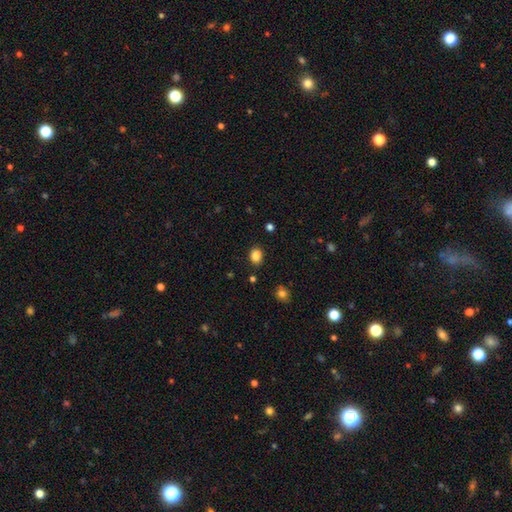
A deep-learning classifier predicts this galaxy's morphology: Overall: smooth (85%). How rounded: in between (51%; round 48%). Merging: none (86%).